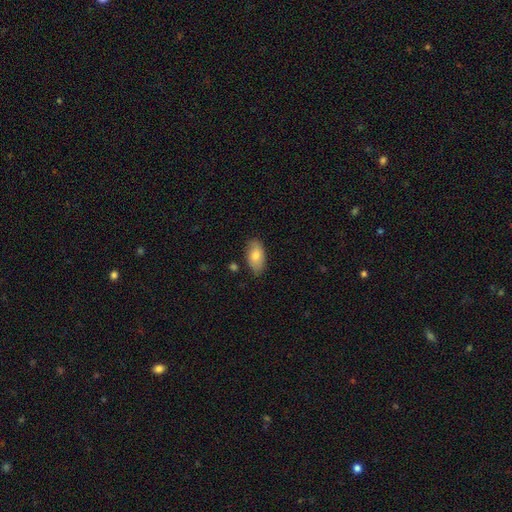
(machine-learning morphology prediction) smooth_or_featured: smooth (p=0.78) [alt: featured or disk p=0.16]
how_rounded: in between (p=0.93) [alt: round p=0.03]
merging: none (p=0.82) [alt: minor disturbance p=0.14]